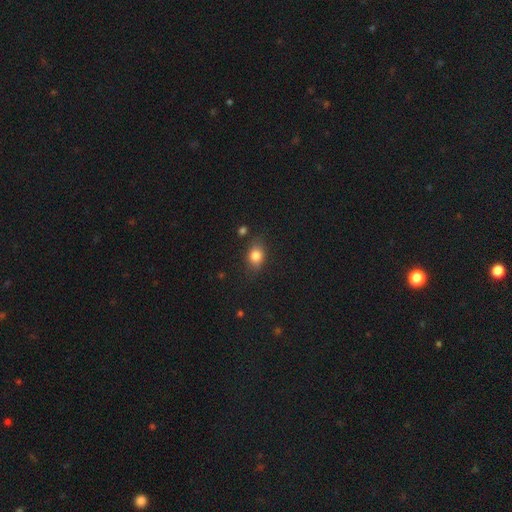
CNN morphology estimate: Smooth or featured?
  - smooth: 80% *
  - star or artifact: 10%
  - featured or disk: 9%
How rounded?
  - in between: 66% *
  - round: 31%
  - cigar-shaped: 2%
Merging?
  - none: 77% *
  - minor disturbance: 16%
  - major disturbance: 4%
  - merger: 2%